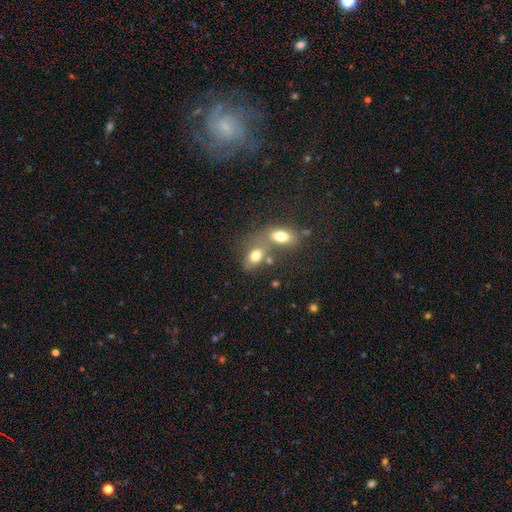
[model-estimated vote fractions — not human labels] A smooth galaxy with no disk features (76%) that is in between round and cigar-shaped (78%). Merging: merger (49%).